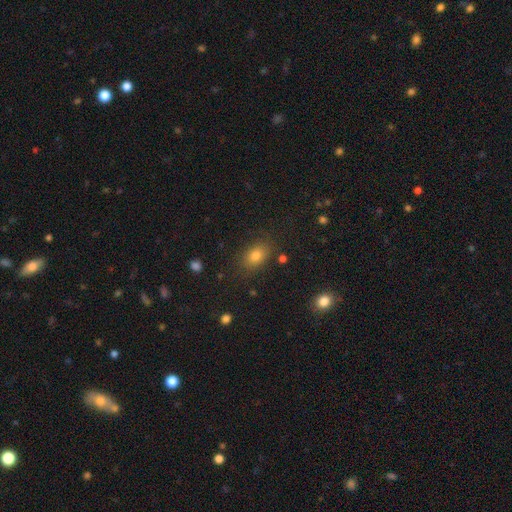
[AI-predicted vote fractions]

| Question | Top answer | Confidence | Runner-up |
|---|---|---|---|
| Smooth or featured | smooth | 78% | star or artifact (14%) |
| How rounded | in between | 74% | round (24%) |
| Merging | none | 82% | minor disturbance (12%) |